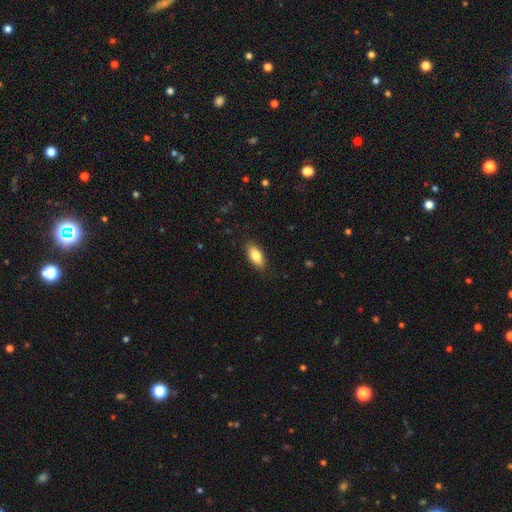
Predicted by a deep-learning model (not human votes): Morphology: type=smooth (80%); roundness=in between (87%); merging=none (86%).